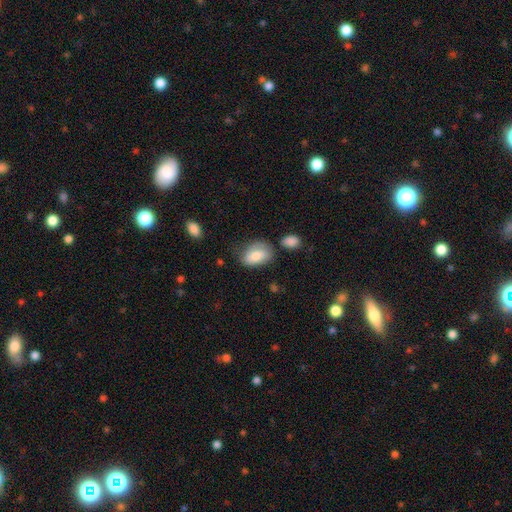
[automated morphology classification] A smooth galaxy with no disk features (73%) that is in between round and cigar-shaped (88%). Merging: none (53%).